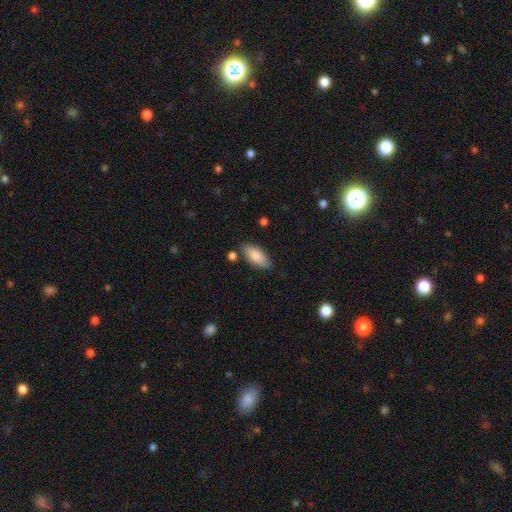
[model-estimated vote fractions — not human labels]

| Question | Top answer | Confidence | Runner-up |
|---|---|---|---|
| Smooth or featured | smooth | 84% | featured or disk (9%) |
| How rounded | in between | 85% | cigar-shaped (13%) |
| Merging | none | 79% | minor disturbance (14%) |